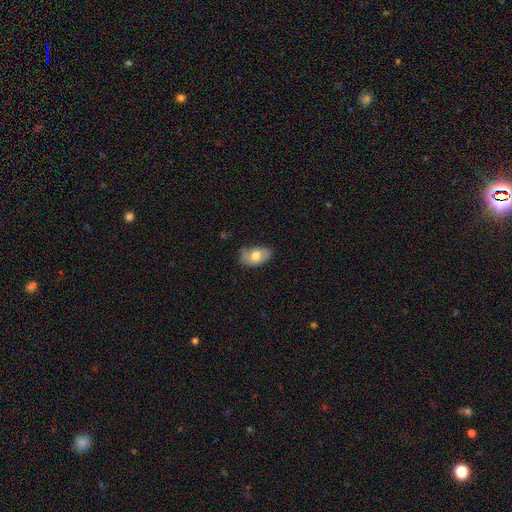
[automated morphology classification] Overall: smooth (70%). How rounded: in between (90%). Merging: none (60%; minor disturbance 31%).